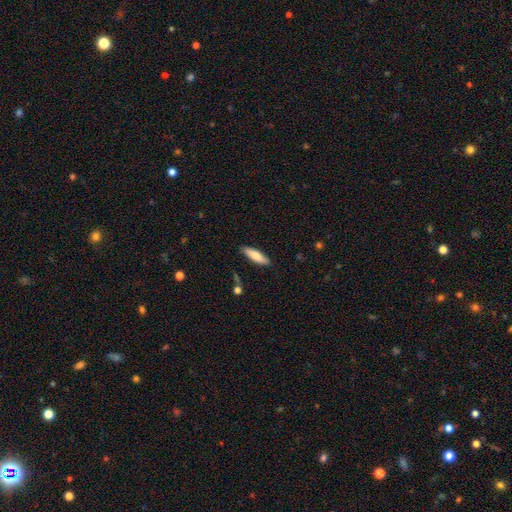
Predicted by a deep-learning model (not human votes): Smooth or featured: smooth — 76% (featured or disk — 18%)
How rounded: cigar-shaped — 60% (in between — 39%)
Merging: none — 87% (minor disturbance — 10%)